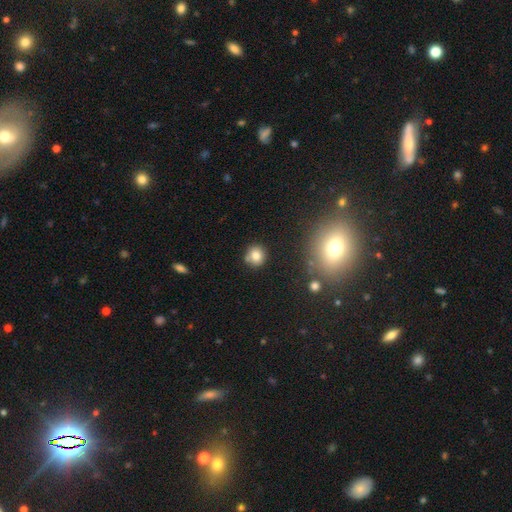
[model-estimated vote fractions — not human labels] Smooth or featured: smooth — 79% (star or artifact — 12%)
How rounded: round — 86% (in between — 13%)
Merging: none — 76% (minor disturbance — 12%)